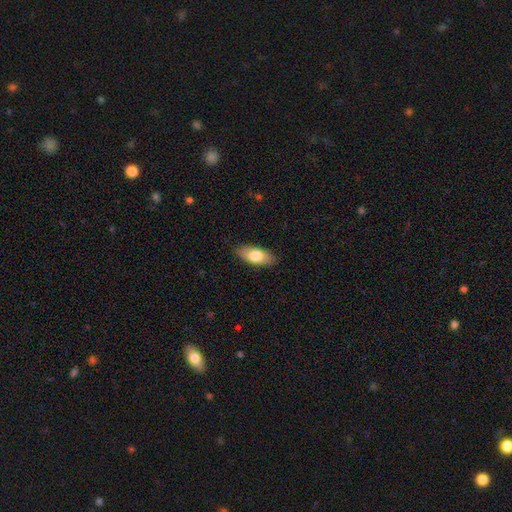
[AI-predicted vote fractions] This is likely a smooth galaxy (78%). How rounded: clearly in between (85%). Merging: clearly none (87%).